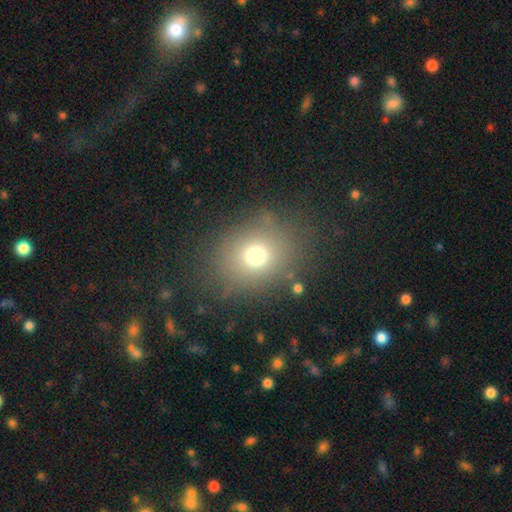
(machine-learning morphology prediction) A smooth galaxy with no disk features (71%) that is round (65%).

Vote fractions:
- Smooth or featured? smooth: 71% / star or artifact: 17% / featured or disk: 12%
- How rounded? round: 65% / in between: 34% / cigar-shaped: 1%
- Merging? none: 76% / minor disturbance: 13% / major disturbance: 8% / merger: 2%